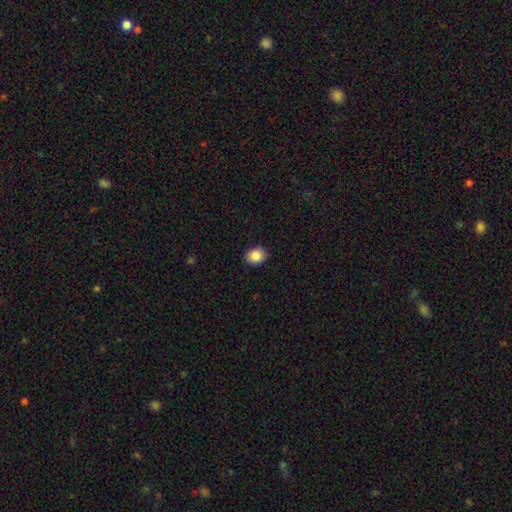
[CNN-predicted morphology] A smooth galaxy with no disk features (87%) that is round (50%). Merging: none (89%).